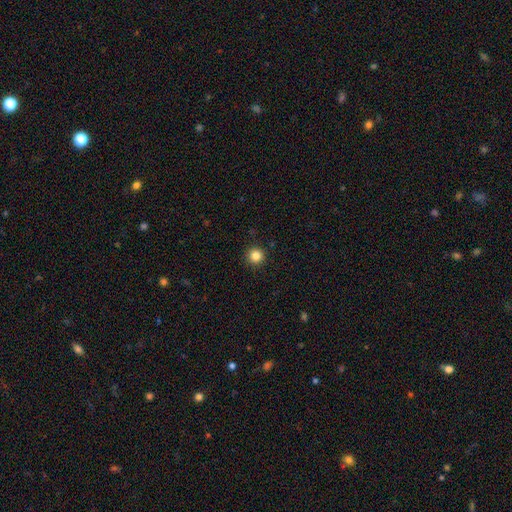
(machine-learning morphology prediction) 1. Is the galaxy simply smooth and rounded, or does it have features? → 84% smooth, 12% star or artifact, 4% featured or disk.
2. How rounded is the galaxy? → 96% round, 3% in between, 1% cigar-shaped.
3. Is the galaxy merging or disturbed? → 93% none, 5% minor disturbance, 2% major disturbance, 1% merger.